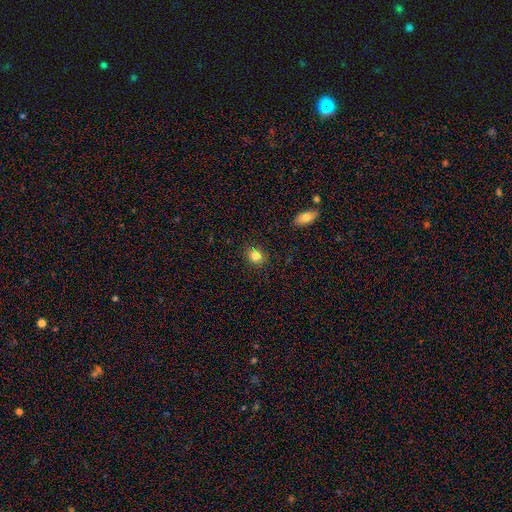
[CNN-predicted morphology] smooth 82%, star or artifact 11%, featured or disk 7%. Down the decision tree: how rounded — round (65%); merging — none (84%).